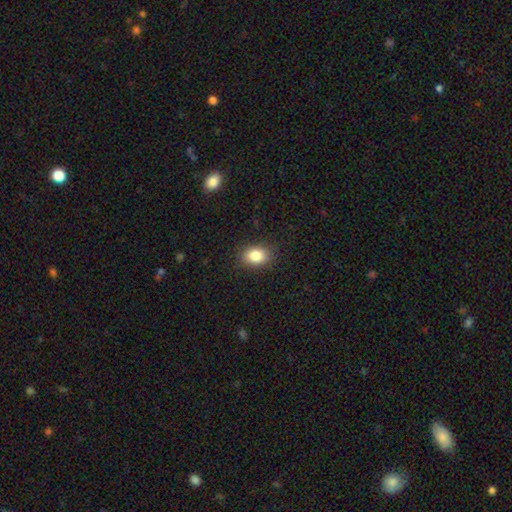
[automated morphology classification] smooth-or-featured: smooth: 85% | star or artifact: 9% | featured or disk: 6%
  how-rounded: in between: 70% | round: 29% | cigar-shaped: 1%
  merging: none: 86% | minor disturbance: 10% | major disturbance: 3% | merger: 1%